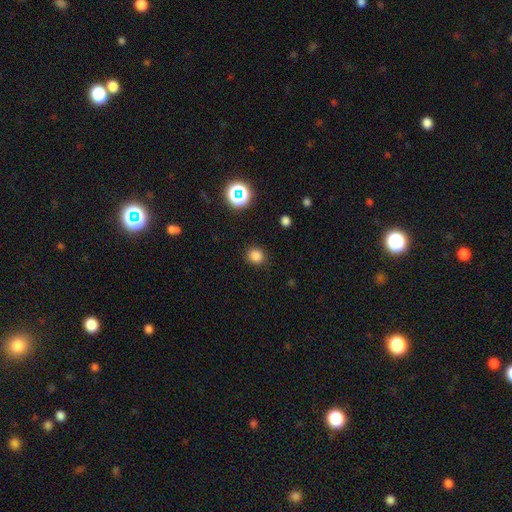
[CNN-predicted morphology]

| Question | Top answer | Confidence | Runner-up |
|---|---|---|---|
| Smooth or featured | smooth | 81% | star or artifact (15%) |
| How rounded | round | 83% | in between (16%) |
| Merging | none | 87% | minor disturbance (9%) |